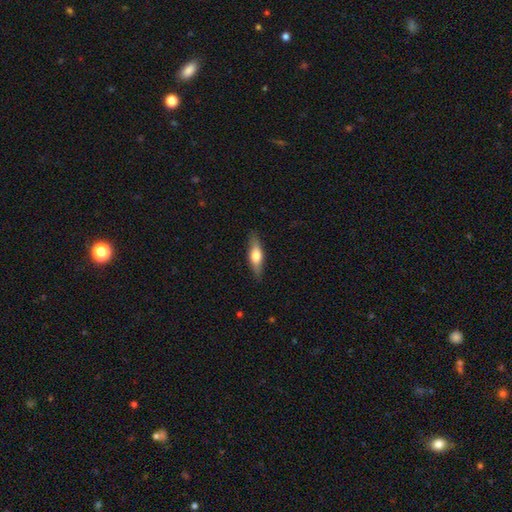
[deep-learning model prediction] A smooth galaxy with no disk features (59%) that is cigar-shaped (53%). Merging: none (84%).